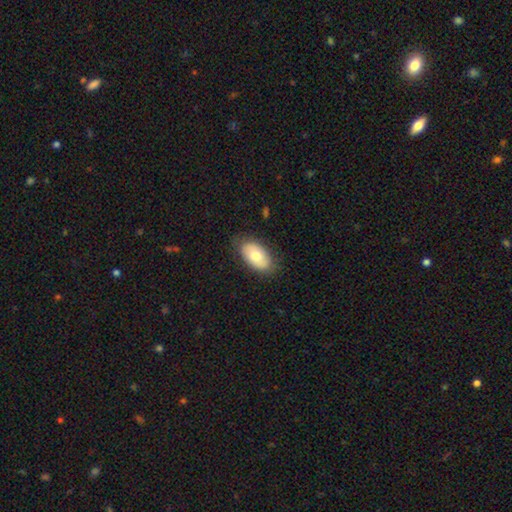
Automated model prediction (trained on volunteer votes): This is likely a smooth galaxy (70%). How rounded: clearly in between (94%). Merging: likely none (80%).